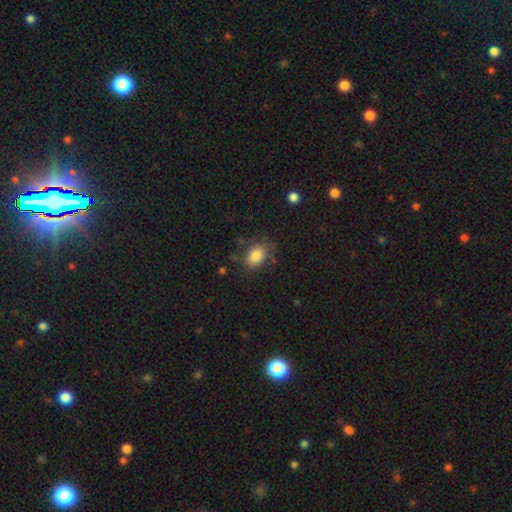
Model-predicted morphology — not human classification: This is clearly a smooth galaxy (82%). How rounded: likely in between (75%). Merging: likely none (68%).